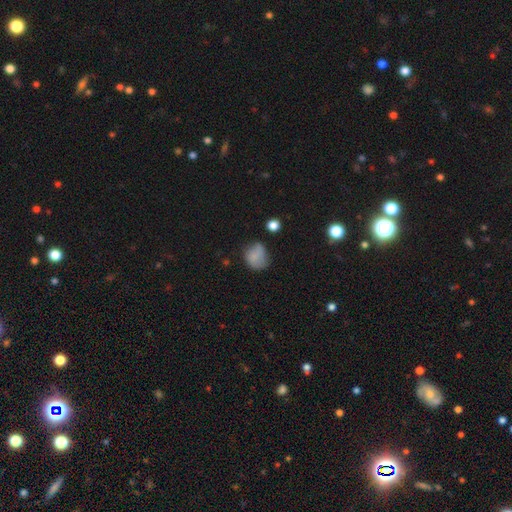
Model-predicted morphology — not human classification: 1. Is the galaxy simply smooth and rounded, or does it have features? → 75% smooth, 14% featured or disk, 11% star or artifact.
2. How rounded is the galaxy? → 64% round, 35% in between, 1% cigar-shaped.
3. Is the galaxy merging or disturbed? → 49% none, 35% minor disturbance, 13% major disturbance, 4% merger.